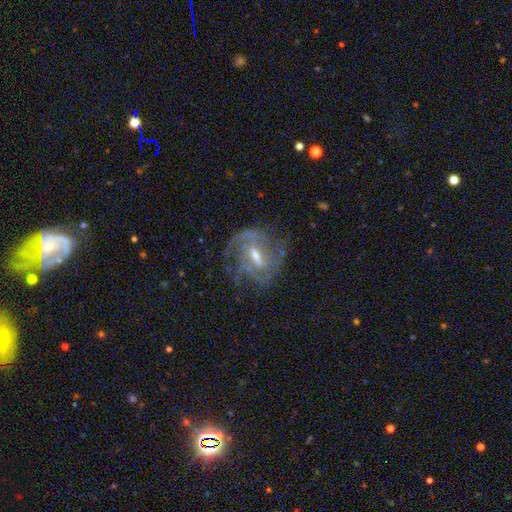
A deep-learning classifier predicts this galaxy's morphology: Smooth or featured: featured or disk — 84% (smooth — 9%)
Edge-on disk: no — 95% (yes — 5%)
Bar: weak — 50% (strong — 35%)
Spiral arms: yes — 91% (no — 9%)
Spiral winding: medium — 43% (tight — 41%)
Spiral arm count: 2 — 31% (can't tell — 30%)
Bulge size: moderate — 57% (small — 35%)
Merging: none — 63% (minor disturbance — 20%)